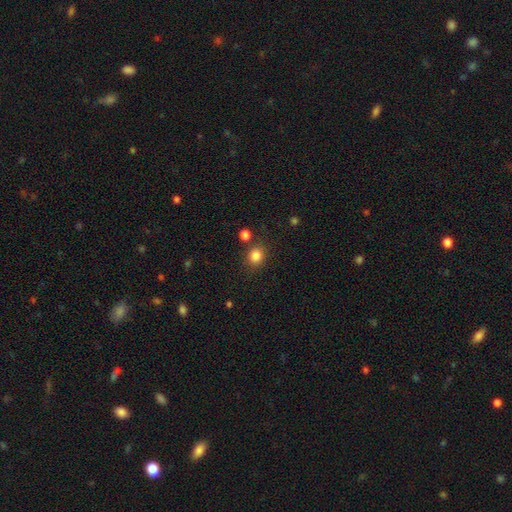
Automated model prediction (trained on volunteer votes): The model was most divided on "how rounded": round: 74%, in between: 25%, cigar-shaped: 1%. More confident: smooth or featured — smooth (84%); merging — none (79%).